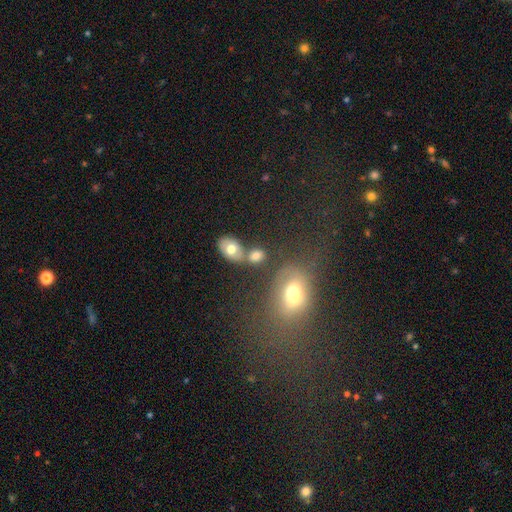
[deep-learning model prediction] This is likely a smooth galaxy (72%). How rounded: likely in between (70%). Merging: possibly none (49%).